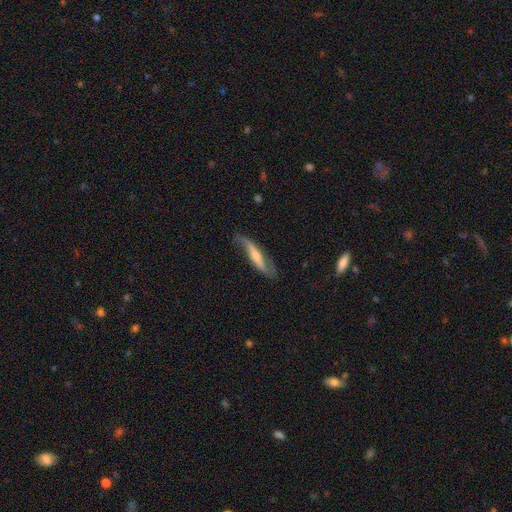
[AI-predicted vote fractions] The model was most divided on "edge-on disk": no: 56%, yes: 44%. More confident: smooth or featured — featured or disk (75%); merging — none (66%).